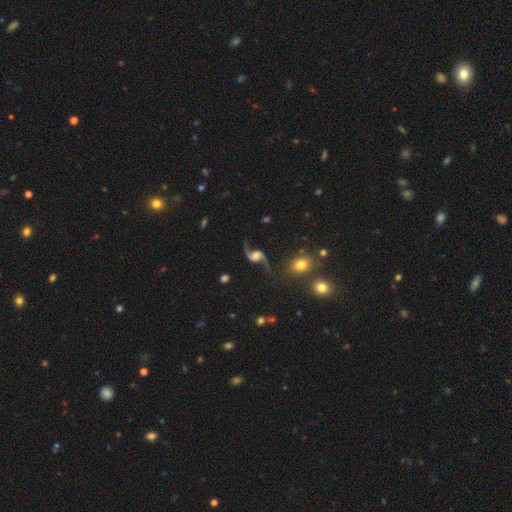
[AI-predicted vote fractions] The model was most divided on "bulge size": moderate: 32%, large: 26%, small: 20%, none: 17%, dominant: 5%. More confident: spiral arms — yes (97%); edge-on disk — no (96%); spiral arm count — 2 (94%); spiral winding — loose (89%); smooth or featured — featured or disk (89%); merging — none (77%); bar — no (56%).